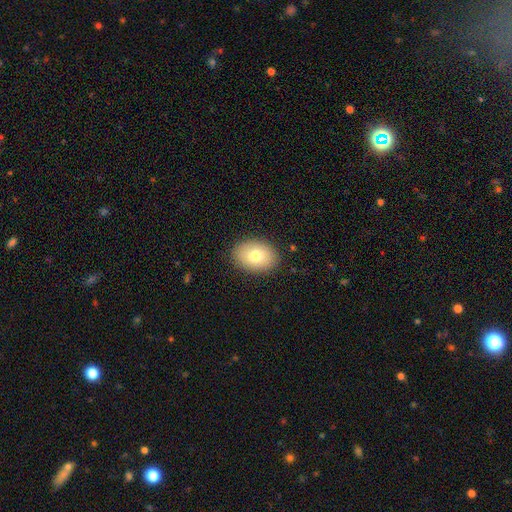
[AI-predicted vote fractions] smooth_or_featured: smooth (p=0.77) [alt: featured or disk p=0.15]
how_rounded: in between (p=0.79) [alt: round p=0.20]
merging: none (p=0.87) [alt: minor disturbance p=0.09]